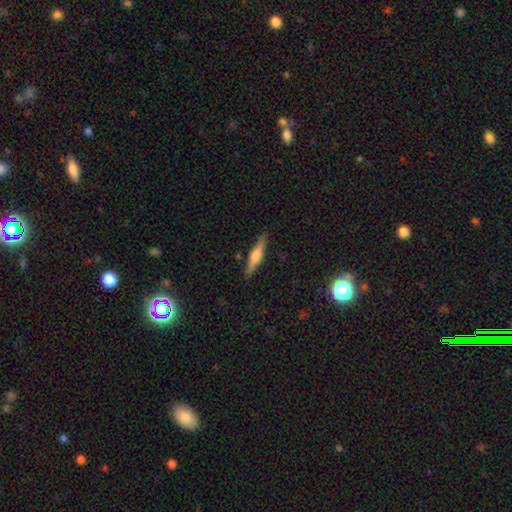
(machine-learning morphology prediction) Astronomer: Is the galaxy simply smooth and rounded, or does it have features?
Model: featured or disk — 53% (runner-up: smooth, 41%).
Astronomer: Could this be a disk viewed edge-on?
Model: yes — 96%.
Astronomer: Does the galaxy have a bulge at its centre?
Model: rounded — 74%.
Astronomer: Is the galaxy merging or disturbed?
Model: none — 88%.